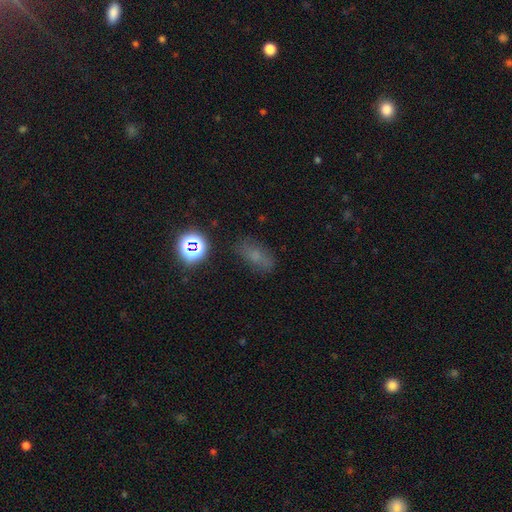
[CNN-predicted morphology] A smooth galaxy with no disk features (58%) that is in between round and cigar-shaped (81%). Merging: none (72%).